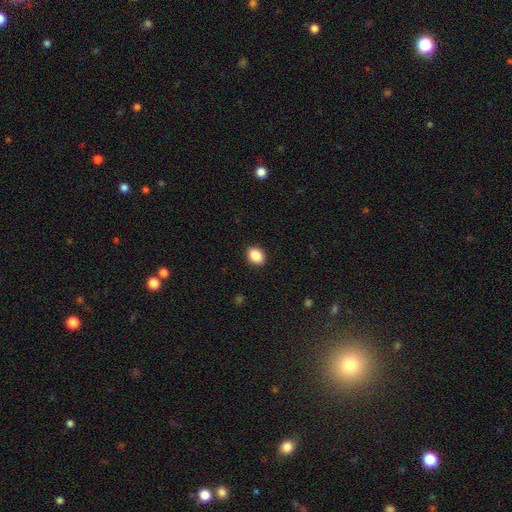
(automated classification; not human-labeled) smooth 88%, star or artifact 8%, featured or disk 4%. Down the decision tree: how rounded — in between (67%); merging — none (90%).